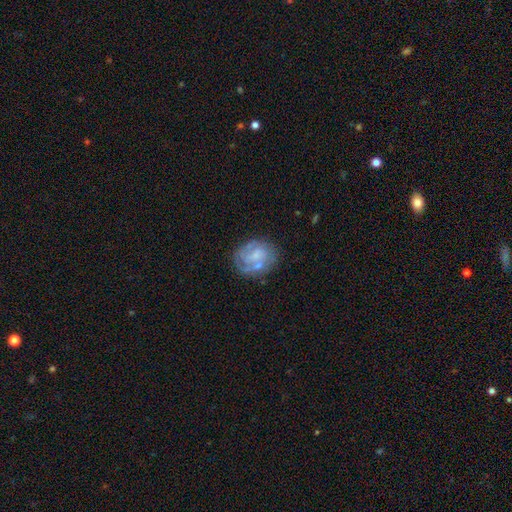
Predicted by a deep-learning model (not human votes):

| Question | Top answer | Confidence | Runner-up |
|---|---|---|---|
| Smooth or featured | featured or disk | 66% | smooth (26%) |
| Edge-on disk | no | 98% | yes (2%) |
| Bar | no | 62% | weak (32%) |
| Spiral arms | yes | 70% | no (30%) |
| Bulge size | small | 43% | none (29%) |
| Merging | none | 61% | minor disturbance (21%) |